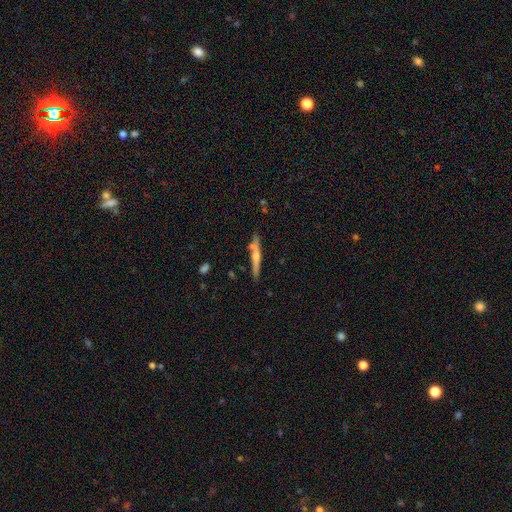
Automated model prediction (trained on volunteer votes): Smooth or featured?
  - featured or disk: 49% *
  - smooth: 45%
  - star or artifact: 6%
Merging?
  - none: 76% *
  - minor disturbance: 14%
  - merger: 7%
  - major disturbance: 3%